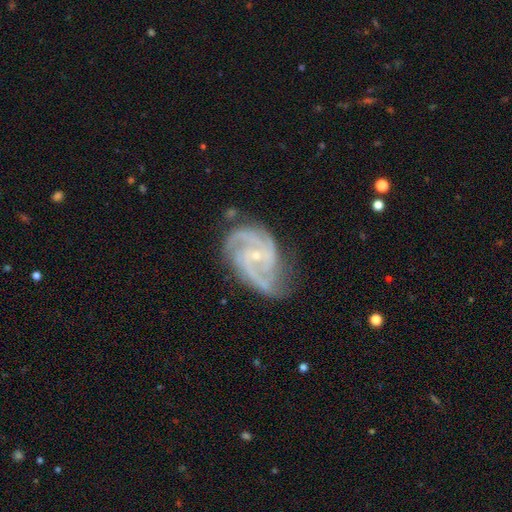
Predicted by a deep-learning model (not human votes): A featured or disk galaxy (91%) with no bar (57%), 3 (46%) medium (48%) spiral arms (98%) and a small central bulge (80%). Merging: none (61%).